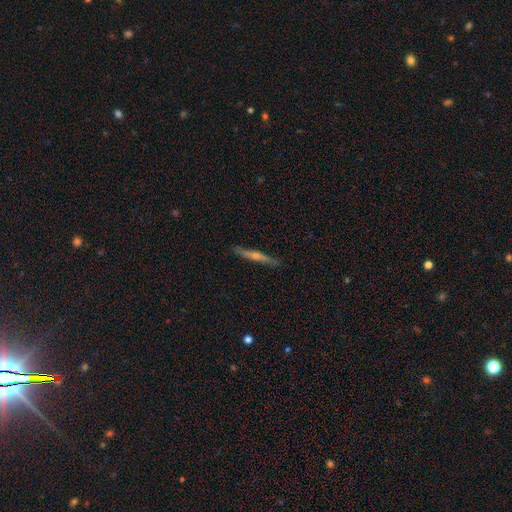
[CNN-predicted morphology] type=featured or disk (64%); edge-on=yes (95%); edge-on bulge=rounded (75%); merging=none (88%).